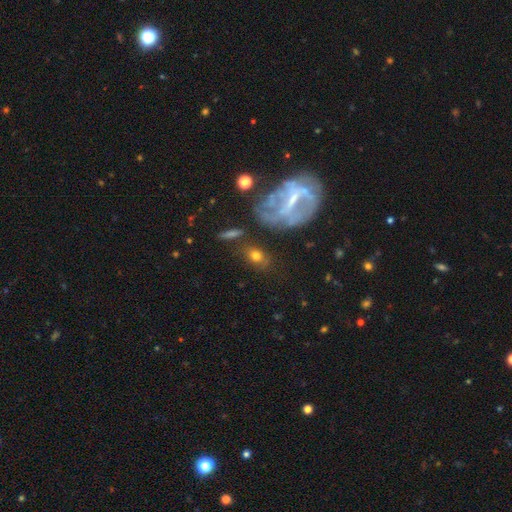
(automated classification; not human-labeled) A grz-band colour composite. It shows a smooth galaxy with no disk features (64%) that is in between round and cigar-shaped (64%). Merging: none (66%).